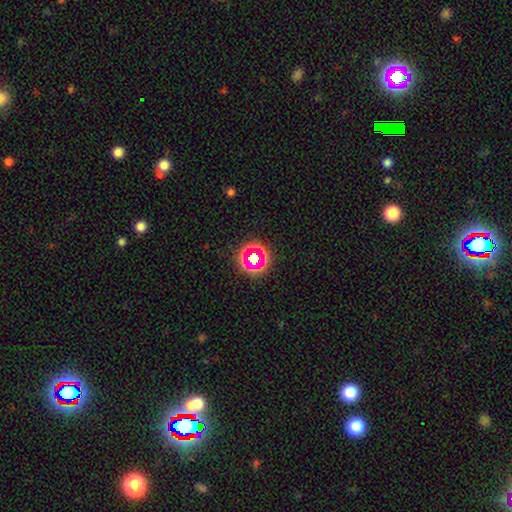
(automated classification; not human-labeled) Overall: star or artifact (46%; smooth 37%).